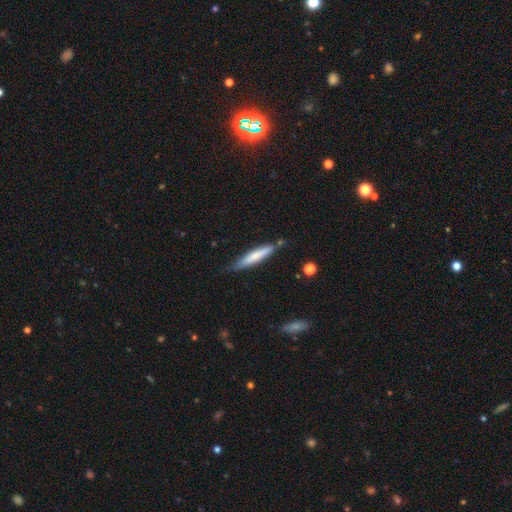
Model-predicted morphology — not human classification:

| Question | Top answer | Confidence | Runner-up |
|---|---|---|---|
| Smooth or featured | smooth | 67% | featured or disk (28%) |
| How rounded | cigar-shaped | 89% | in between (9%) |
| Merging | none | 73% | minor disturbance (19%) |